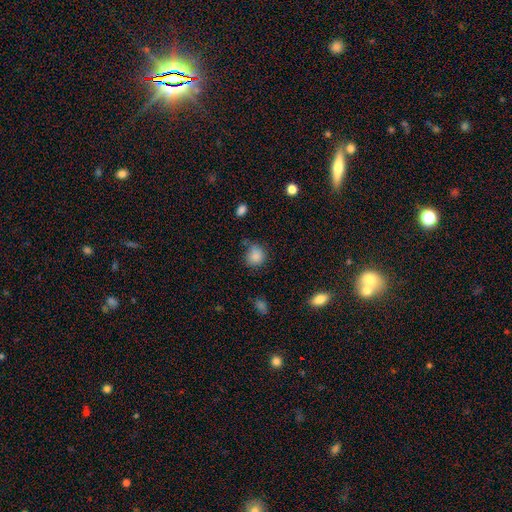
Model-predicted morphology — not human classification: type=smooth (85%); roundness=round (82%); merging=none (68%).